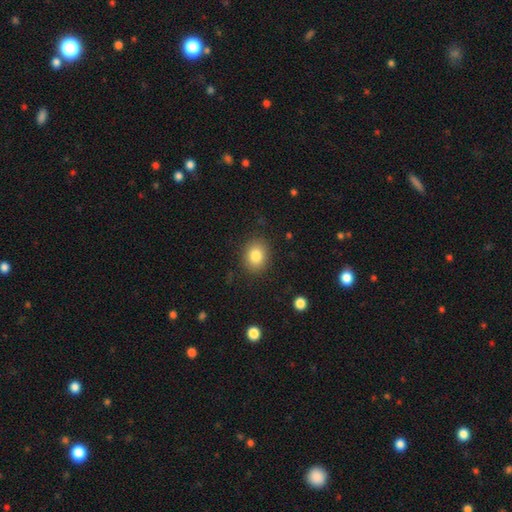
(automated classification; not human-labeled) Smooth or featured?
  - smooth: 83% *
  - star or artifact: 9%
  - featured or disk: 7%
How rounded?
  - round: 56% *
  - in between: 43%
  - cigar-shaped: 1%
Merging?
  - none: 87% *
  - minor disturbance: 9%
  - major disturbance: 3%
  - merger: 1%